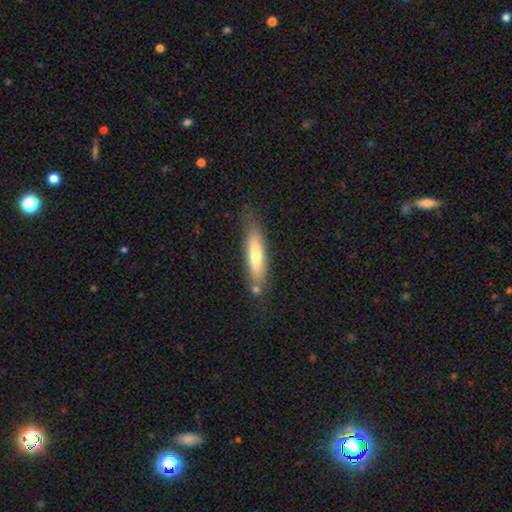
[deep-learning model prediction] Smooth or featured? smooth (62%)
How rounded? cigar-shaped (75%)
Merging? none (69%)